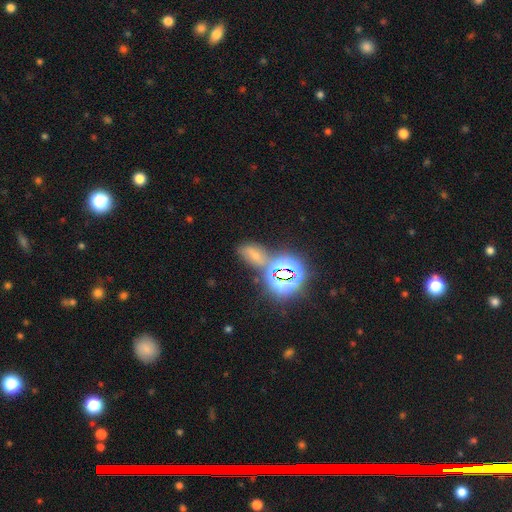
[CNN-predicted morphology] Overall: smooth (45%; star or artifact 40%). Merging: none (55%; merger 18%).